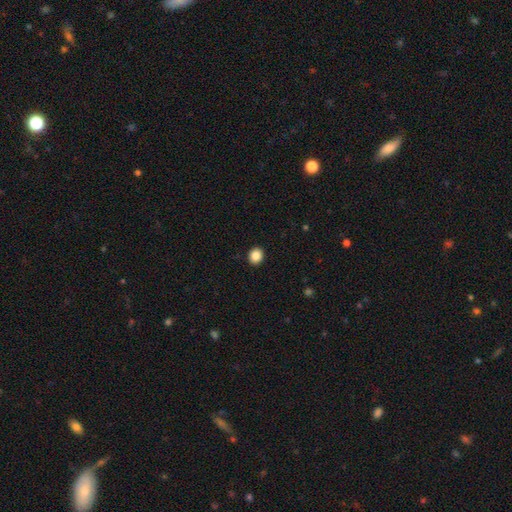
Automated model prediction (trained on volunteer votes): smooth 87%, star or artifact 9%, featured or disk 4%. Down the decision tree: how rounded — round (70%); merging — none (92%).